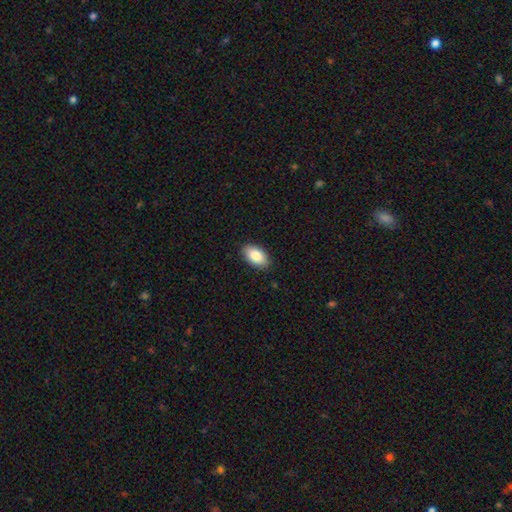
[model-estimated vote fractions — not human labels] The model was most divided on "merging": none: 88%, minor disturbance: 9%, major disturbance: 2%, merger: 1%. More confident: how rounded — in between (95%); smooth or featured — smooth (87%).